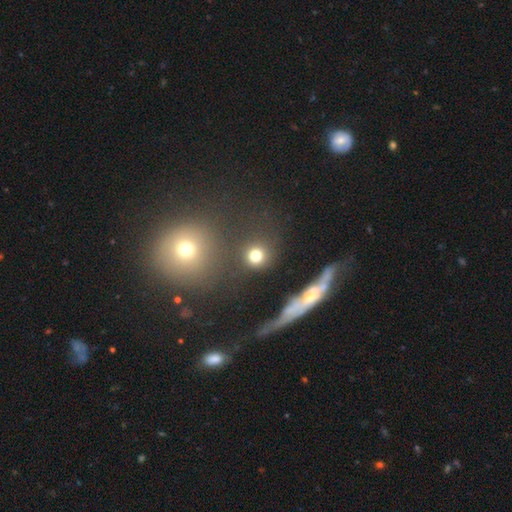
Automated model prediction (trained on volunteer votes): Smooth or featured: smooth — 78% (star or artifact — 14%)
How rounded: round — 90% (in between — 9%)
Merging: none — 80% (minor disturbance — 8%)